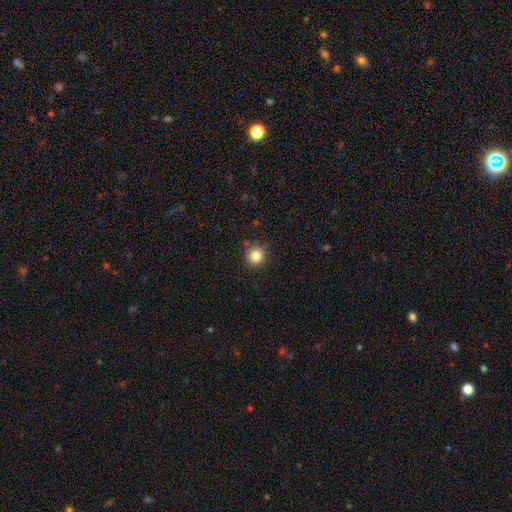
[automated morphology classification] Q: Smooth or featured?
A: smooth (83%); runner-up: star or artifact (11%)
Q: How rounded?
A: round (91%); runner-up: in between (8%)
Q: Merging?
A: none (84%); runner-up: minor disturbance (11%)